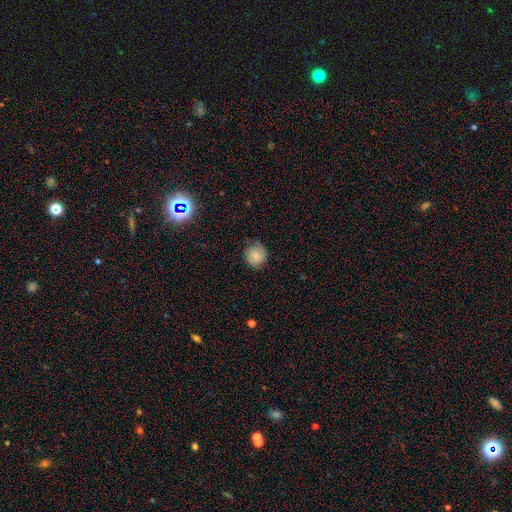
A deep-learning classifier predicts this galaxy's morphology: Overall: smooth (68%). How rounded: round (90%). Merging: none (69%).